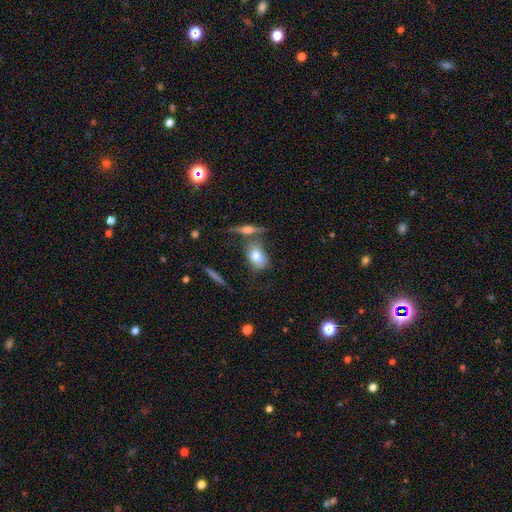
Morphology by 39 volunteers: A smooth galaxy with no disk features (79%) that is in between round and cigar-shaped (68%).

Vote fractions:
- Smooth or featured? smooth: 79% / featured or disk: 13% / star or artifact: 8%
- How rounded? in between: 68% / round: 29% / cigar-shaped: 3%
- Merging? none: 50% / minor disturbance: 25% / merger: 17% / major disturbance: 8%